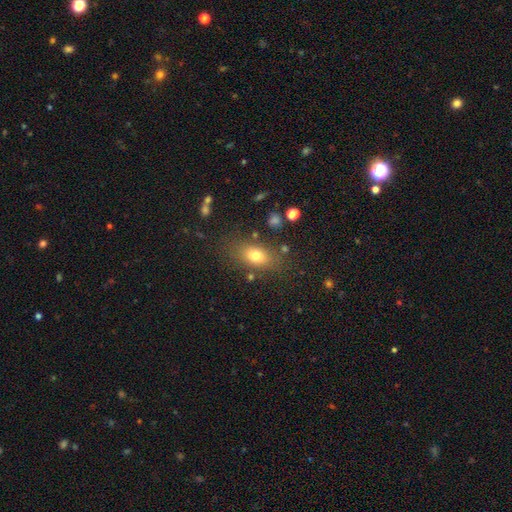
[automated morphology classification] smooth-or-featured: smooth: 76% | featured or disk: 13% | star or artifact: 11%
  how-rounded: in between: 81% | round: 16% | cigar-shaped: 4%
  merging: none: 78% | minor disturbance: 13% | major disturbance: 5% | merger: 4%